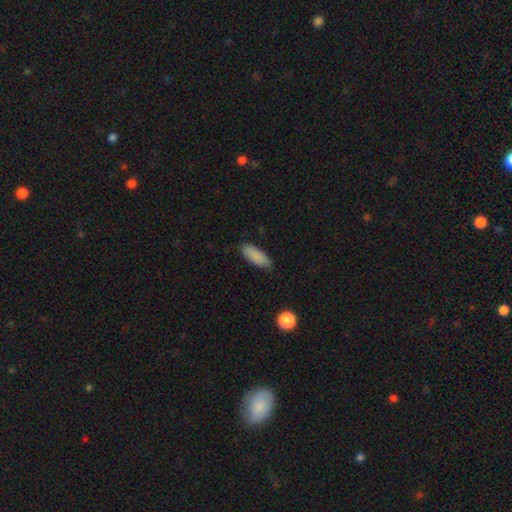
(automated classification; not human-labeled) Smooth or featured? Predicted: smooth (p=0.88). How rounded? Predicted: in between (p=0.73). Merging? Predicted: none (p=0.82).